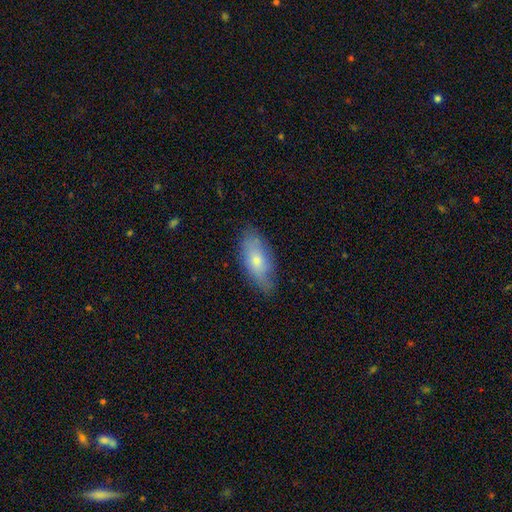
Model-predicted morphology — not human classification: Q: Smooth or featured?
A: smooth (56%); runner-up: featured or disk (31%)
Q: How rounded?
A: in between (77%); runner-up: cigar-shaped (20%)
Q: Merging?
A: none (82%); runner-up: minor disturbance (15%)